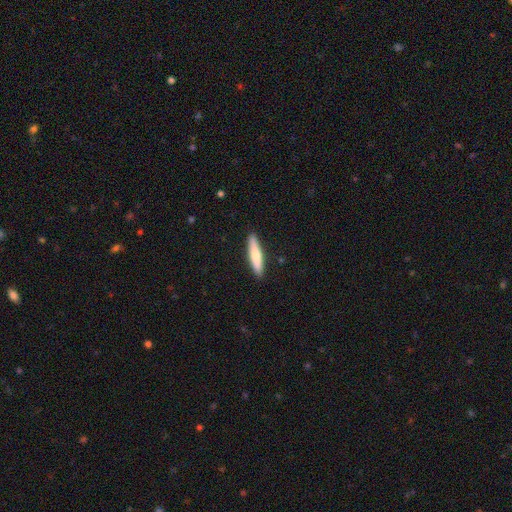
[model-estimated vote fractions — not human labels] Q: Smooth or featured?
A: smooth (72%); runner-up: featured or disk (23%)
Q: How rounded?
A: cigar-shaped (86%); runner-up: in between (13%)
Q: Merging?
A: none (90%); runner-up: minor disturbance (7%)